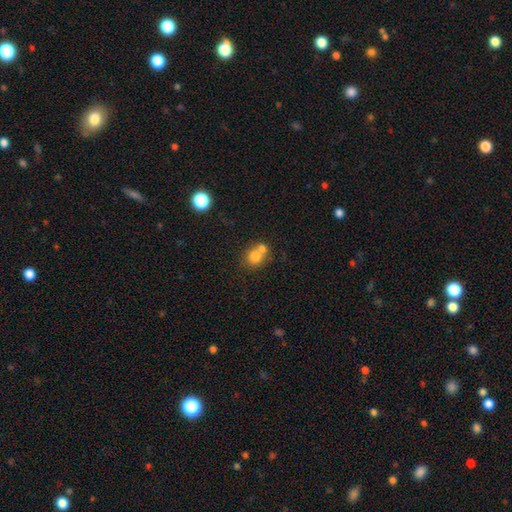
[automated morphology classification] smooth_or_featured: smooth (p=0.75) [alt: featured or disk p=0.14]
how_rounded: round (p=0.79) [alt: in between p=0.20]
merging: merger (p=0.52) [alt: none p=0.38]